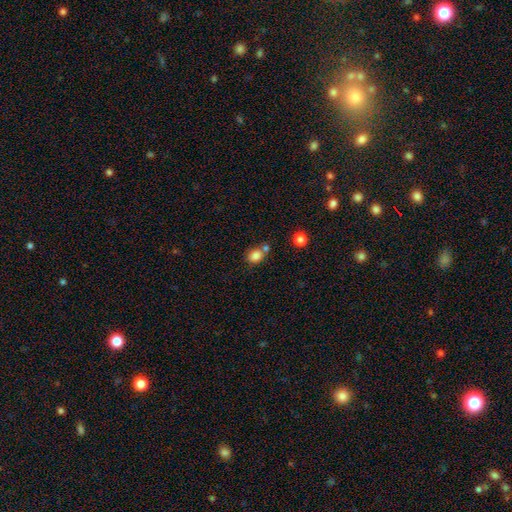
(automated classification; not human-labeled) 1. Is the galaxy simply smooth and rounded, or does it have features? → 83% smooth, 11% star or artifact, 6% featured or disk.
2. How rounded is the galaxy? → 59% round, 40% in between, 1% cigar-shaped.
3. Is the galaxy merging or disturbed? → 59% none, 25% merger, 12% minor disturbance, 4% major disturbance.